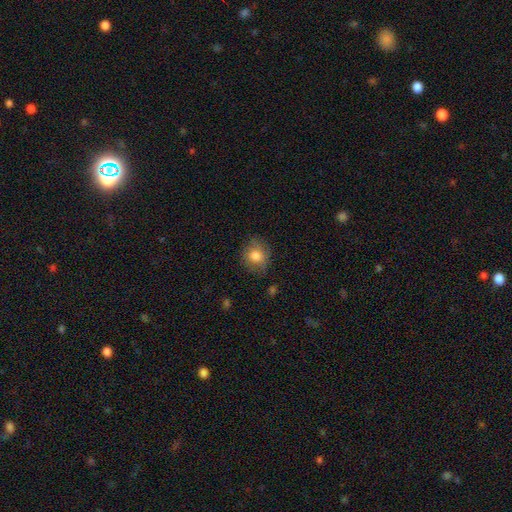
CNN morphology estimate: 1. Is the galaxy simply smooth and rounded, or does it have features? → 78% smooth, 13% featured or disk, 9% star or artifact.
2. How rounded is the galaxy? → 75% round, 24% in between, 1% cigar-shaped.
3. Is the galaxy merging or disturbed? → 74% none, 20% minor disturbance, 5% major disturbance, 1% merger.